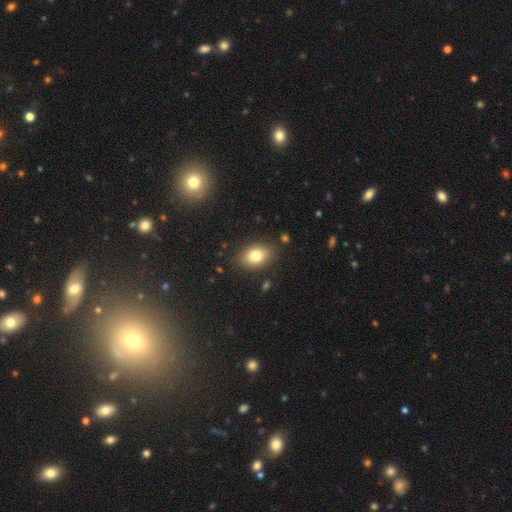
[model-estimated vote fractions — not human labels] A smooth galaxy with no disk features (80%) that is in between round and cigar-shaped (76%).

Vote fractions:
- Smooth or featured? smooth: 80% / featured or disk: 10% / star or artifact: 9%
- How rounded? in between: 76% / round: 23% / cigar-shaped: 1%
- Merging? none: 85% / minor disturbance: 10% / major disturbance: 3% / merger: 2%